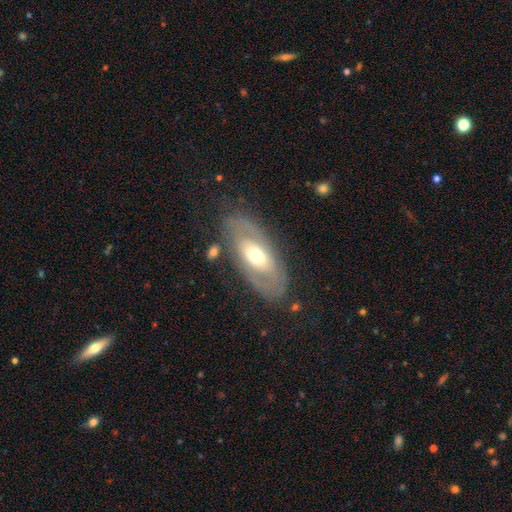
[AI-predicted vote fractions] This appears to be a featured or disk galaxy (65%) with no bar (68%), no spiral arms (57%) and a moderate central bulge (64%). Merging: none (76%).